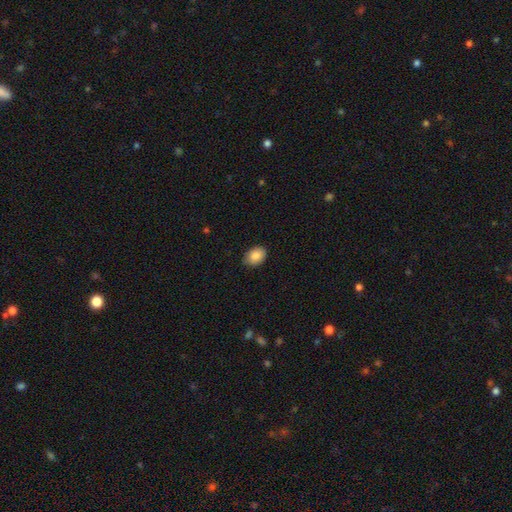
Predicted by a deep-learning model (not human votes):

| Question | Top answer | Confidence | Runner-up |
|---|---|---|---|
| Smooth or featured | smooth | 88% | star or artifact (7%) |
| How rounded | in between | 81% | round (18%) |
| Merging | none | 84% | minor disturbance (13%) |